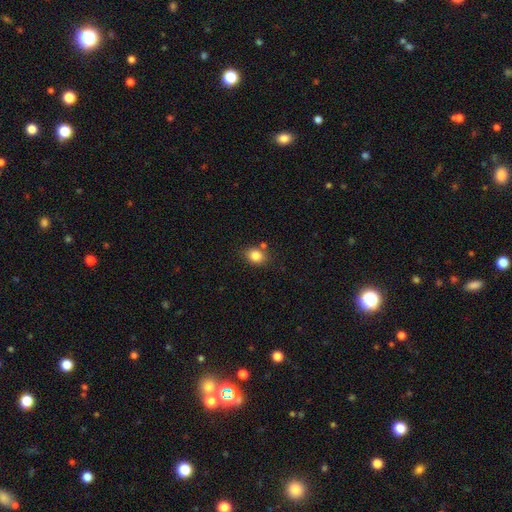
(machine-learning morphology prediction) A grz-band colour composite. It shows a smooth galaxy with no disk features (83%) that is round (52%). Merging: none (74%).